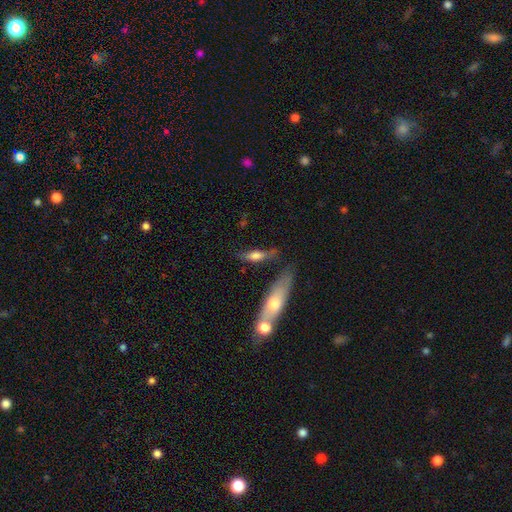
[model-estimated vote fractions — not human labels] Smooth or featured?
  - smooth: 60% *
  - featured or disk: 33%
  - star or artifact: 7%
How rounded?
  - cigar-shaped: 55% *
  - in between: 41%
  - round: 4%
Merging?
  - none: 54% *
  - minor disturbance: 24%
  - merger: 12%
  - major disturbance: 10%